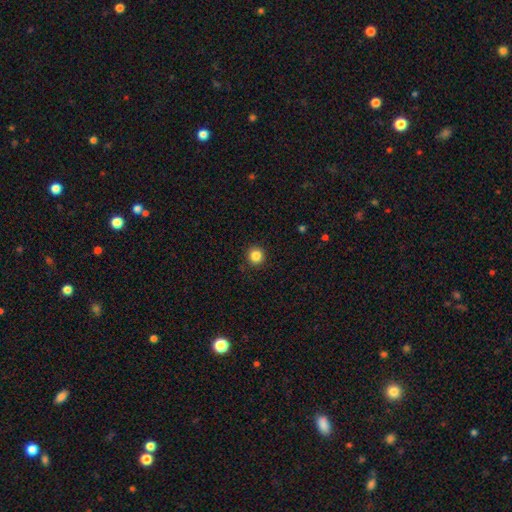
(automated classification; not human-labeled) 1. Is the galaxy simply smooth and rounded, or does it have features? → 86% smooth, 11% star or artifact, 4% featured or disk.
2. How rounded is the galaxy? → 95% round, 4% in between, 1% cigar-shaped.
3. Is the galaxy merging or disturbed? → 91% none, 6% minor disturbance, 2% major disturbance, 1% merger.